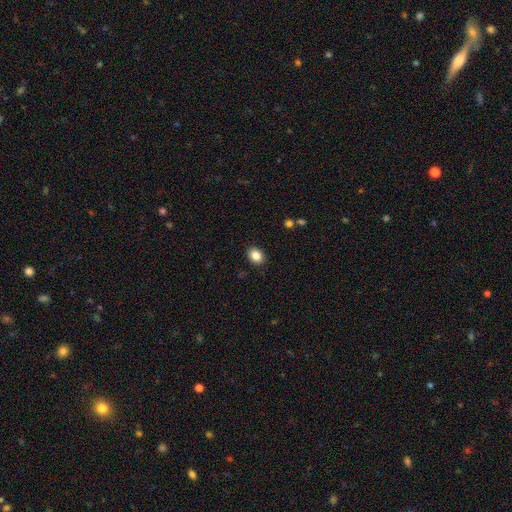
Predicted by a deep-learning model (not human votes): Smooth or featured? smooth (86%)
How rounded? in between (61%)
Merging? none (90%)